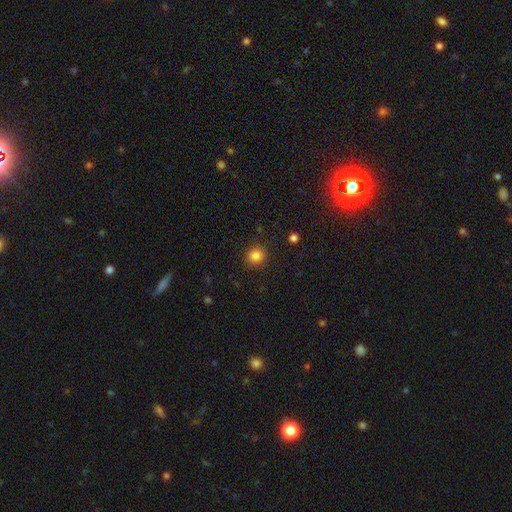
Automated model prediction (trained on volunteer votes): smooth-or-featured: smooth: 84% | star or artifact: 11% | featured or disk: 5%
  how-rounded: round: 87% | in between: 13% | cigar-shaped: 1%
  merging: none: 89% | minor disturbance: 7% | major disturbance: 2% | merger: 1%